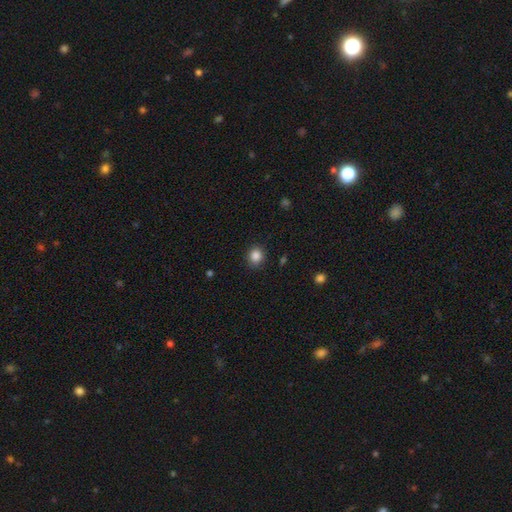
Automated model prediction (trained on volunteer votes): smooth-or-featured: smooth: 86% | star or artifact: 10% | featured or disk: 4%
  how-rounded: round: 81% | in between: 18% | cigar-shaped: 1%
  merging: none: 89% | minor disturbance: 8% | major disturbance: 2% | merger: 1%